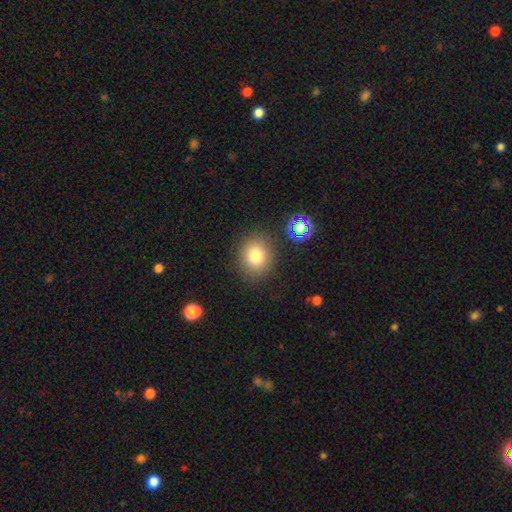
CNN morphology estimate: Smooth or featured? smooth (79%)
How rounded? round (74%)
Merging? none (86%)